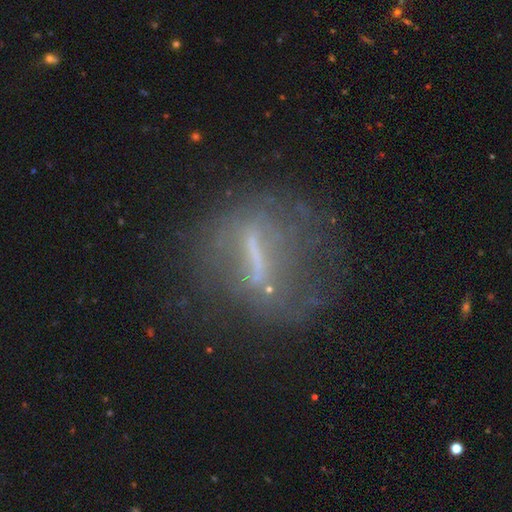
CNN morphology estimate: Overall: featured or disk (61%; smooth 23%). Edge-on disk: no (72%). Merging: none (61%).